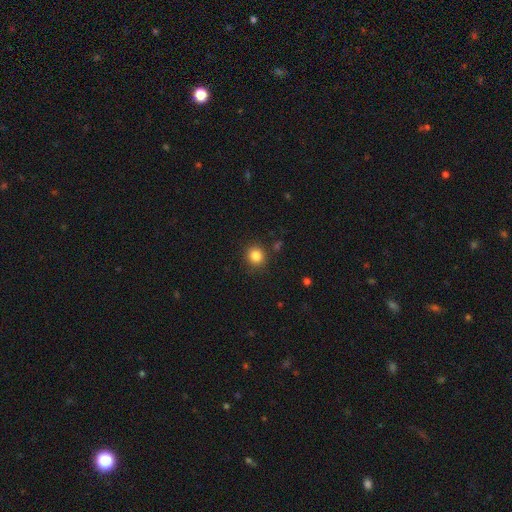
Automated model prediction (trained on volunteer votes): Smooth or featured: smooth — 84% (star or artifact — 12%)
How rounded: round — 90% (in between — 9%)
Merging: none — 88% (minor disturbance — 7%)